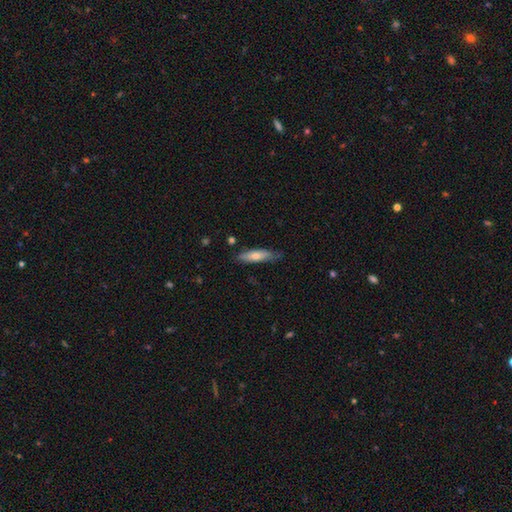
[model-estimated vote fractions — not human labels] Morphology: type=smooth (69%); roundness=cigar-shaped (64%); merging=none (73%).